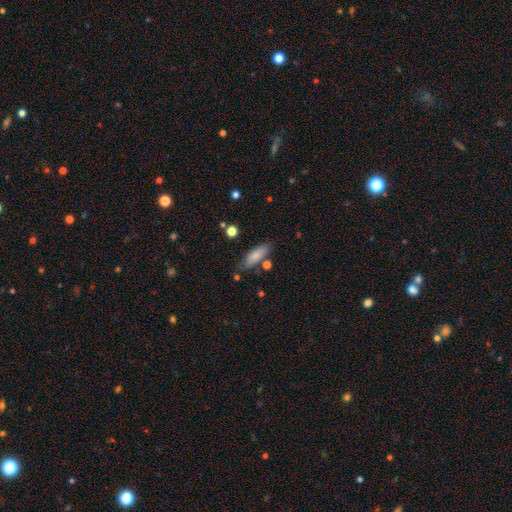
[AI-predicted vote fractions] A smooth galaxy with no disk features (81%) that is in between round and cigar-shaped (57%).

Vote fractions:
- Smooth or featured? smooth: 81% / featured or disk: 12% / star or artifact: 7%
- How rounded? in between: 57% / cigar-shaped: 41% / round: 2%
- Merging? none: 74% / minor disturbance: 16% / merger: 6% / major disturbance: 4%